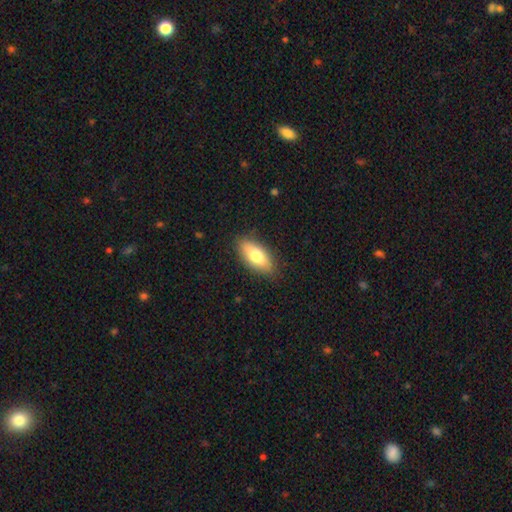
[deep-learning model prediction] smooth-or-featured: smooth: 74% | featured or disk: 19% | star or artifact: 7%
  how-rounded: in between: 85% | cigar-shaped: 12% | round: 3%
  merging: none: 85% | minor disturbance: 11% | major disturbance: 3% | merger: 1%